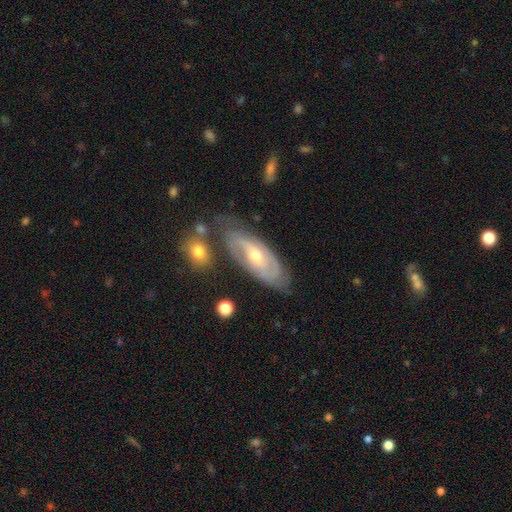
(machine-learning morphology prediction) Q: Smooth or featured?
A: featured or disk (78%); runner-up: smooth (16%)
Q: Edge-on disk?
A: no (87%); runner-up: yes (13%)
Q: Bar?
A: no (56%); runner-up: weak (32%)
Q: Spiral arms?
A: yes (85%); runner-up: no (15%)
Q: Spiral winding?
A: tight (61%); runner-up: medium (29%)
Q: Spiral arm count?
A: 2 (45%); runner-up: can't tell (38%)
Q: Bulge size?
A: moderate (59%); runner-up: small (37%)
Q: Merging?
A: none (69%); runner-up: minor disturbance (20%)